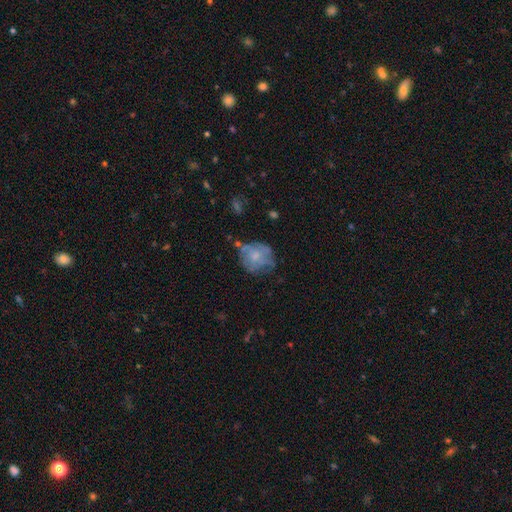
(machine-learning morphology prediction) Smooth or featured: smooth — 47% (featured or disk — 44%)
Merging: none — 51% (minor disturbance — 28%)